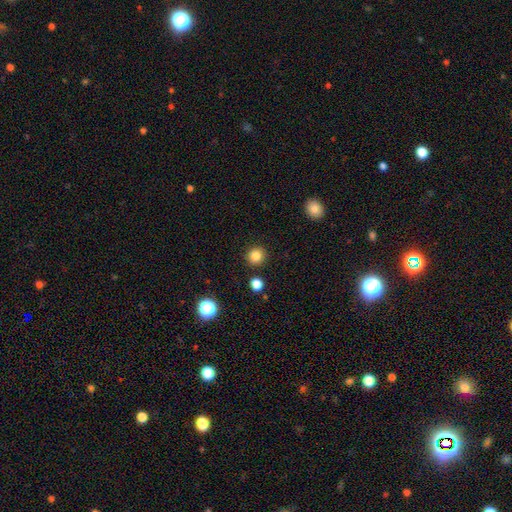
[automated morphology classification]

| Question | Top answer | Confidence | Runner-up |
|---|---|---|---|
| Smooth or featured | smooth | 84% | star or artifact (12%) |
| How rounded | round | 92% | in between (7%) |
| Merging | none | 90% | minor disturbance (6%) |